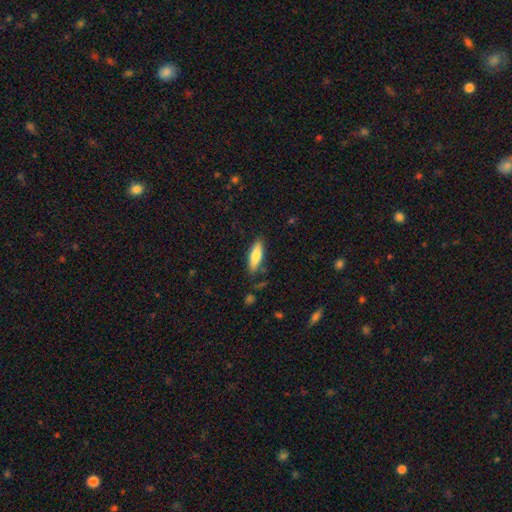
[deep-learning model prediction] Smooth or featured: smooth — 75% (featured or disk — 19%)
How rounded: cigar-shaped — 54% (in between — 45%)
Merging: none — 82% (minor disturbance — 13%)